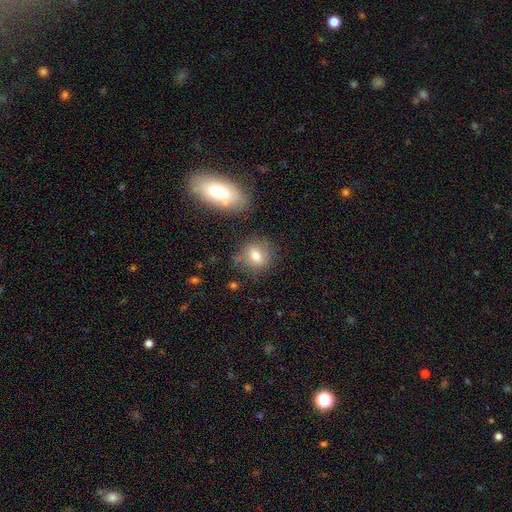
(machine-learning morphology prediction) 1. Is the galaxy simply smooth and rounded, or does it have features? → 76% smooth, 15% featured or disk, 10% star or artifact.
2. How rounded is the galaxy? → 60% round, 38% in between, 2% cigar-shaped.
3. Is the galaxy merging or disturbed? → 78% none, 13% minor disturbance, 5% merger, 4% major disturbance.